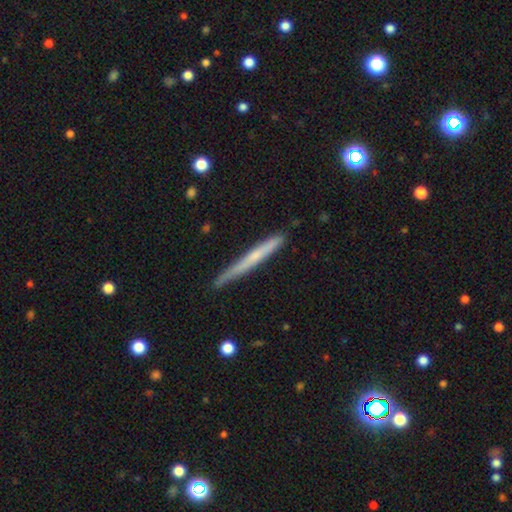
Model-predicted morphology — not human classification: smooth_or_featured: smooth (p=0.49) [alt: featured or disk p=0.45]
merging: none (p=0.80) [alt: minor disturbance p=0.16]